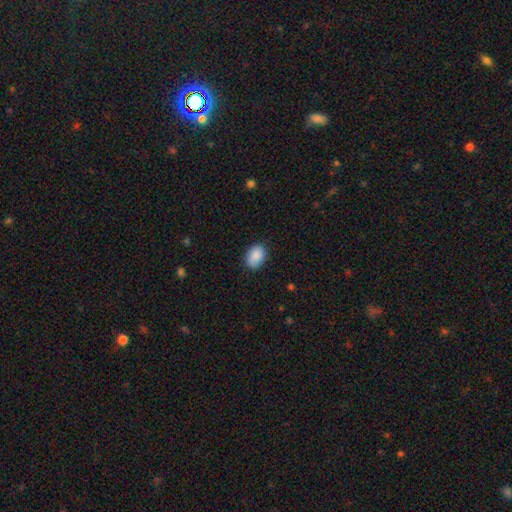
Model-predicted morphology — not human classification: smooth 88%, star or artifact 7%, featured or disk 5%. Down the decision tree: how rounded — in between (75%); merging — none (81%).